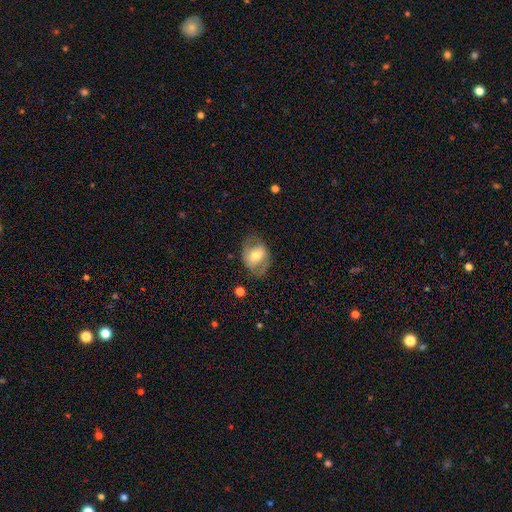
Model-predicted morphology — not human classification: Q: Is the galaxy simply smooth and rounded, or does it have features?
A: featured or disk — 51%.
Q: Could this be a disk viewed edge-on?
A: no — 94%.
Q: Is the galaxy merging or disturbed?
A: none — 67%.